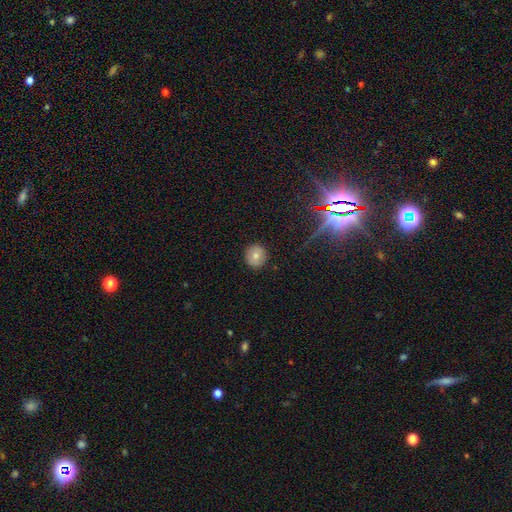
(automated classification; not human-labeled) A smooth galaxy with no disk features (76%) that is round (91%).

Vote fractions:
- Smooth or featured? smooth: 76% / featured or disk: 13% / star or artifact: 11%
- How rounded? round: 91% / in between: 8% / cigar-shaped: 1%
- Merging? none: 91% / minor disturbance: 6% / major disturbance: 2% / merger: 1%